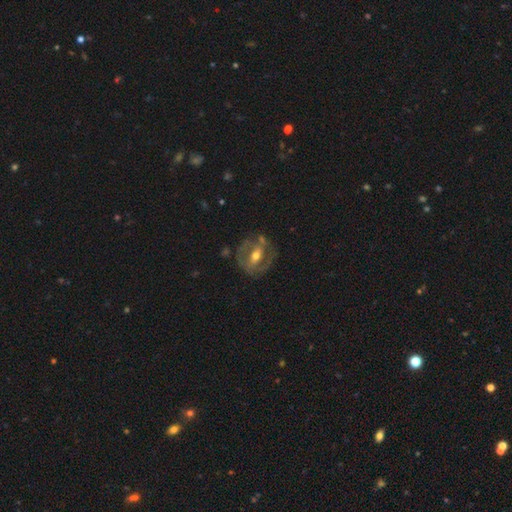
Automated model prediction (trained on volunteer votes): featured or disk 73%, smooth 20%, star or artifact 7%. Down the decision tree: edge-on disk — no (92%); bar — strong (39%); spiral arms — yes (55%); bulge size — moderate (70%); merging — none (67%).